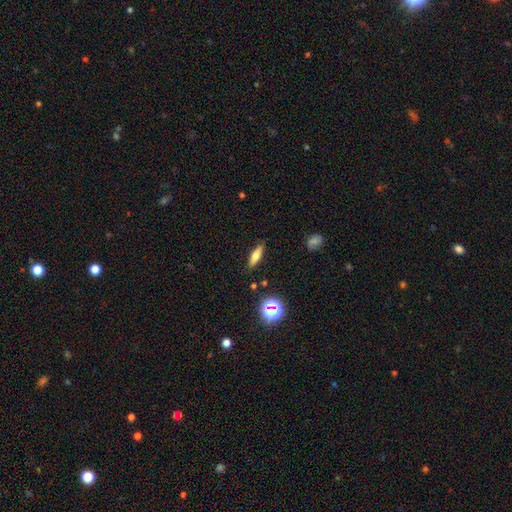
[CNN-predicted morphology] A smooth galaxy with no disk features (65%) that is cigar-shaped (59%).

Vote fractions:
- Smooth or featured? smooth: 65% / featured or disk: 25% / star or artifact: 11%
- How rounded? cigar-shaped: 59% / in between: 38% / round: 3%
- Merging? none: 86% / minor disturbance: 10% / major disturbance: 2% / merger: 2%